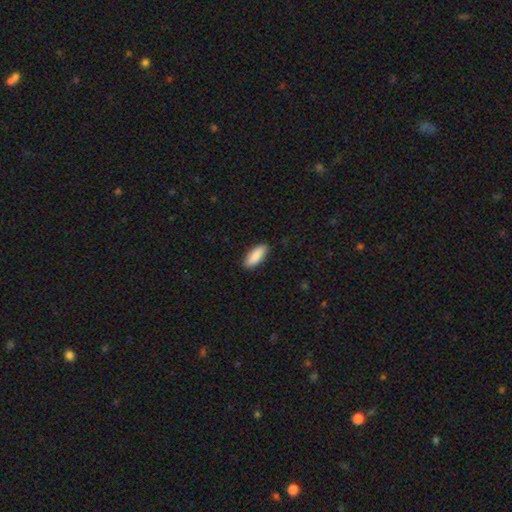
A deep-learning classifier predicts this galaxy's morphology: Smooth or featured? smooth (89%)
How rounded? in between (73%)
Merging? none (88%)